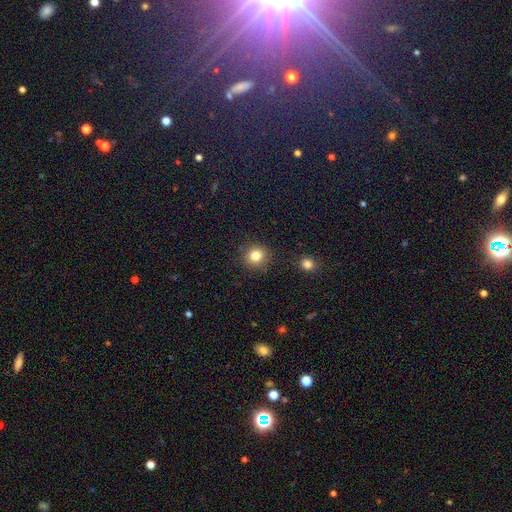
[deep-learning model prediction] smooth 81%, star or artifact 12%, featured or disk 7%. Down the decision tree: how rounded — round (91%); merging — none (88%).